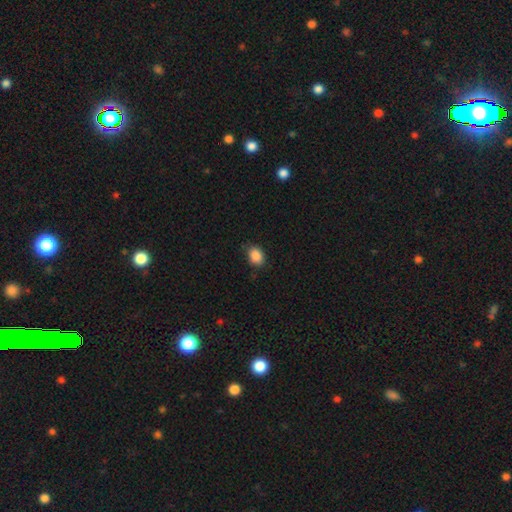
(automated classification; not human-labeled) The model was most divided on "how rounded": in between: 68%, round: 31%, cigar-shaped: 1%. More confident: smooth or featured — smooth (88%); merging — none (80%).